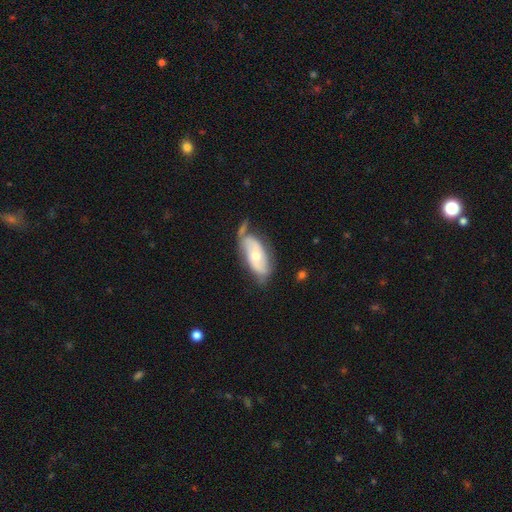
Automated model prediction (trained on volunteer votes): Smooth or featured? Predicted: featured or disk (p=0.56). Edge-on disk? Predicted: no (p=0.90). Bar? Predicted: no (p=0.69). Spiral arms? Predicted: yes (p=0.75). Bulge size? Predicted: moderate (p=0.57). Merging? Predicted: none (p=0.47).